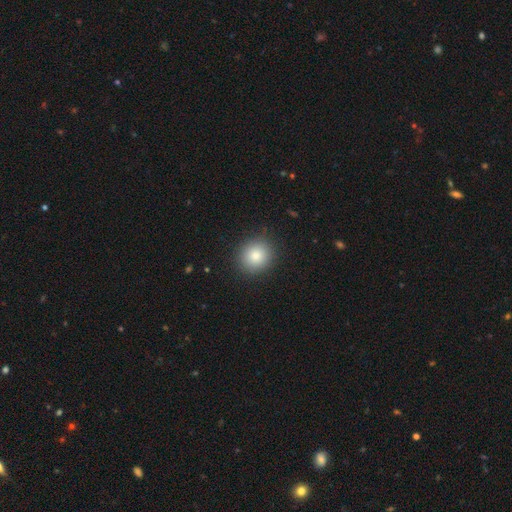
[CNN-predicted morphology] Smooth or featured? smooth (84%)
How rounded? round (84%)
Merging? none (89%)